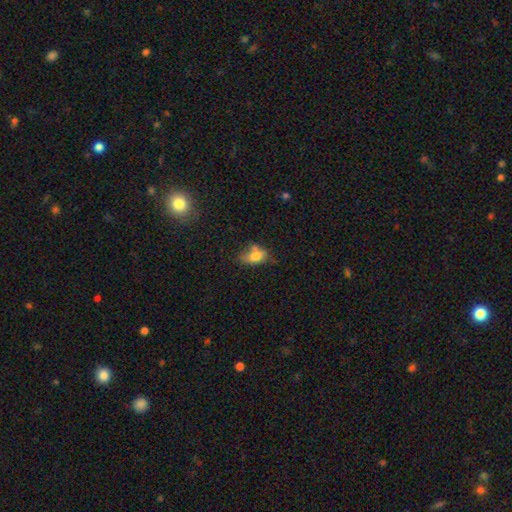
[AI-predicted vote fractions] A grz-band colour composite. It shows a smooth galaxy with no disk features (72%) that is in between round and cigar-shaped (81%). Merging: none (42%).